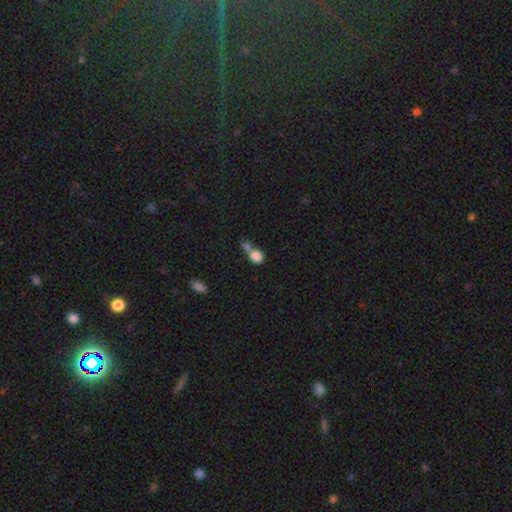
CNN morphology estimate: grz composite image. It shows a smooth galaxy with no disk features (84%) that is round (71%). Merging: merger (53%).